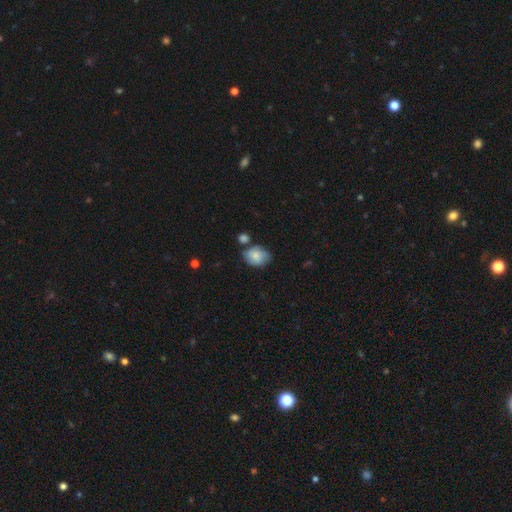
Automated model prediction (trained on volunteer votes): This is likely a smooth galaxy (74%). How rounded: likely in between (68%). Merging: possibly none (55%).